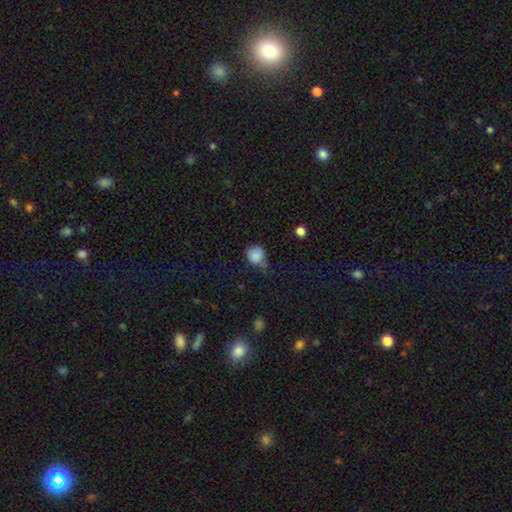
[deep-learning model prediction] The model was most divided on "merging": none: 47%, minor disturbance: 37%, major disturbance: 12%, merger: 5%. More confident: smooth or featured — smooth (83%); how rounded — round (77%).